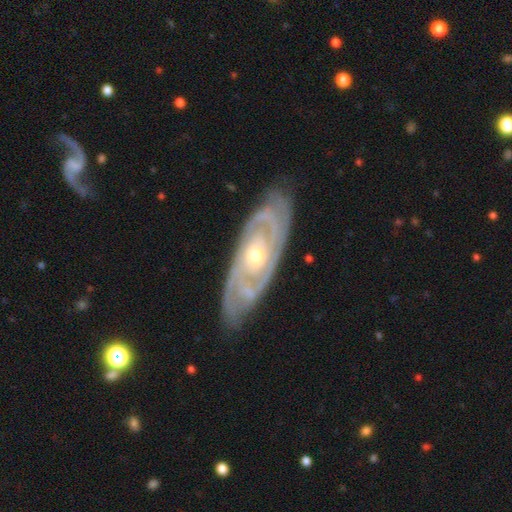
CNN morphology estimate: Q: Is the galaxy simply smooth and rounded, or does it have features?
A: featured or disk — 90%.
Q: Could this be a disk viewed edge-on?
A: no — 90%.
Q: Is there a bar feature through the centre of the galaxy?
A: no — 70%.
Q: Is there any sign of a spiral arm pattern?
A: yes — 97%.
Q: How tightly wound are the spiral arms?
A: tight — 76%.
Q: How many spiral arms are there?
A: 2 — 43%.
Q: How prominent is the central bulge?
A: moderate — 53%.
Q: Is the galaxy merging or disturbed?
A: none — 82%.